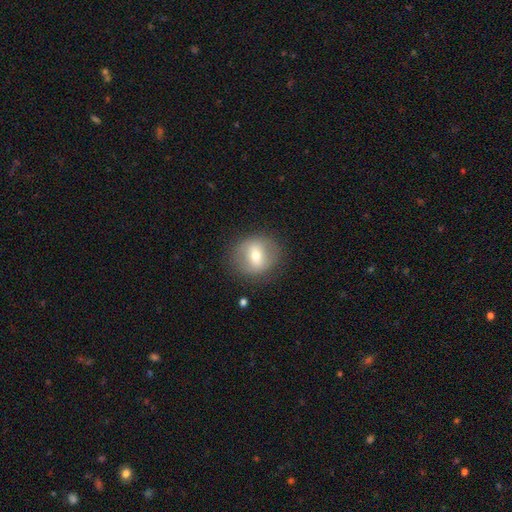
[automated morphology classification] A smooth galaxy with no disk features (54%) that is round (82%). Merging: none (82%).